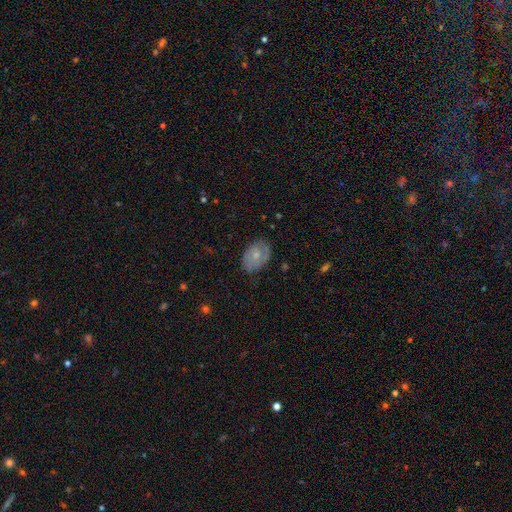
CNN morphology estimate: This appears to be a smooth galaxy with no disk features (51%) that is in between round and cigar-shaped (79%). Merging: none (76%).